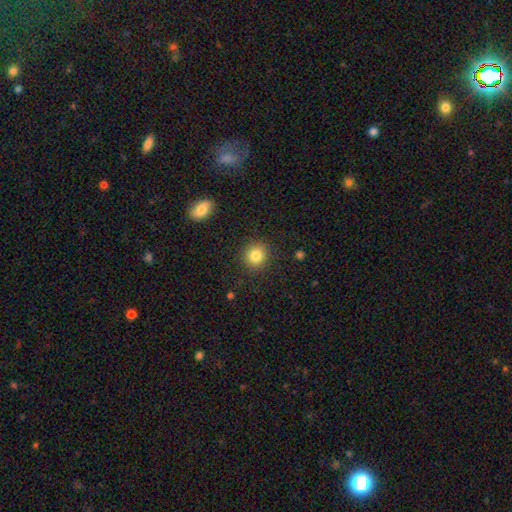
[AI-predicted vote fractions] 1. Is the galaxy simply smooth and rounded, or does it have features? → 82% smooth, 11% star or artifact, 7% featured or disk.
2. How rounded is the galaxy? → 88% round, 11% in between, 1% cigar-shaped.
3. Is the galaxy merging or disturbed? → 89% none, 7% minor disturbance, 2% major disturbance, 1% merger.